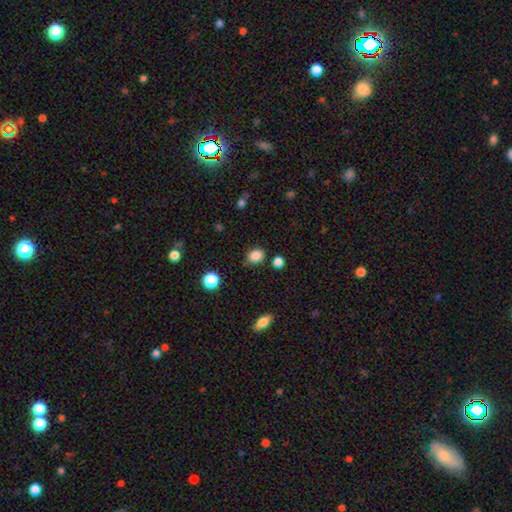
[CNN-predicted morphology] Smooth or featured? Predicted: smooth (p=0.85). How rounded? Predicted: round (p=0.56). Merging? Predicted: none (p=0.78).